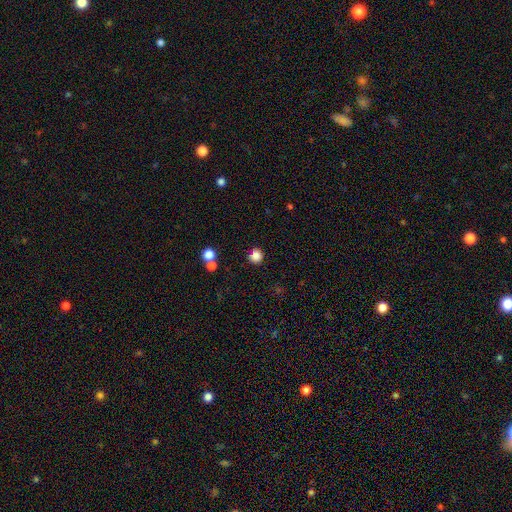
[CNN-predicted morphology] Q: Smooth or featured?
A: smooth (83%); runner-up: star or artifact (13%)
Q: How rounded?
A: round (91%); runner-up: in between (8%)
Q: Merging?
A: none (81%); runner-up: minor disturbance (9%)